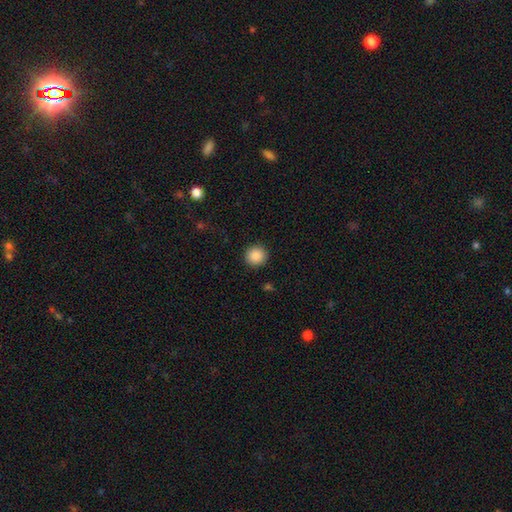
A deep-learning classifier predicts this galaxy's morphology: A smooth galaxy with no disk features (88%) that is round (93%). Merging: none (92%).